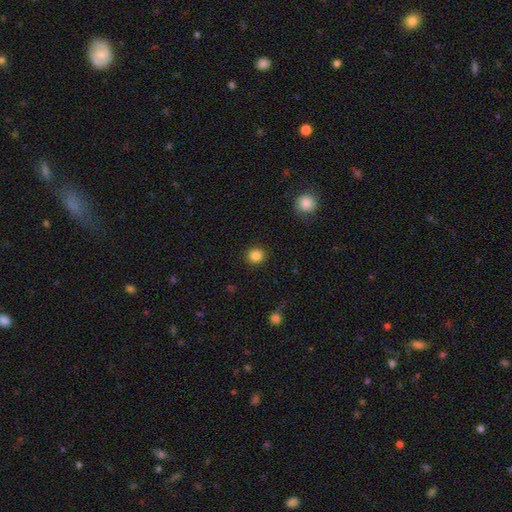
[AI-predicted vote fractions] Q: Smooth or featured?
A: smooth (85%); runner-up: star or artifact (11%)
Q: How rounded?
A: round (91%); runner-up: in between (8%)
Q: Merging?
A: none (91%); runner-up: minor disturbance (6%)